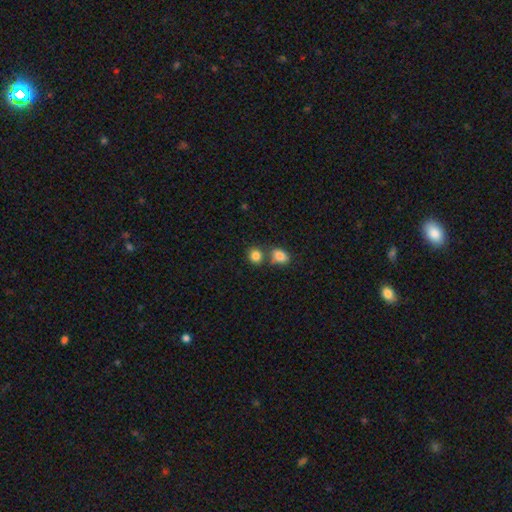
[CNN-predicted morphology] A smooth galaxy with no disk features (84%) that is round (68%). Merging: none (54%).